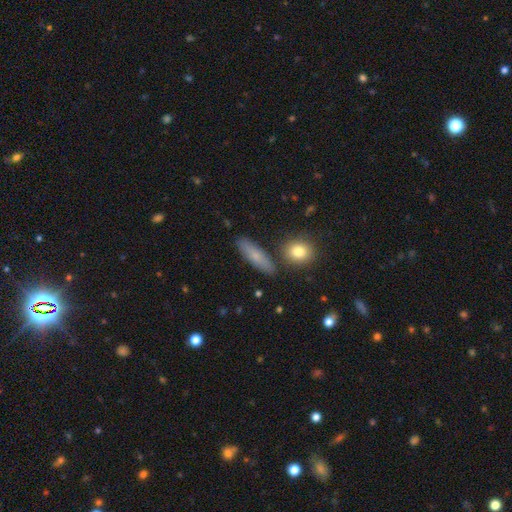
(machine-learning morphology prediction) This is likely a smooth galaxy (70%). How rounded: likely cigar-shaped (62%). Merging: clearly none (83%).